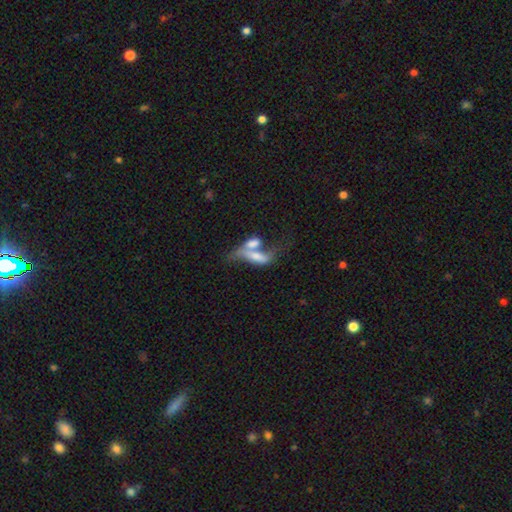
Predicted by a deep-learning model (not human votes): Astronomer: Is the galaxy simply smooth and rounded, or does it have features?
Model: smooth — 51% (runner-up: featured or disk, 40%).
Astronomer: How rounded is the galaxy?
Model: in between — 64%.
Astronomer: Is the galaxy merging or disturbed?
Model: merger — 68%.